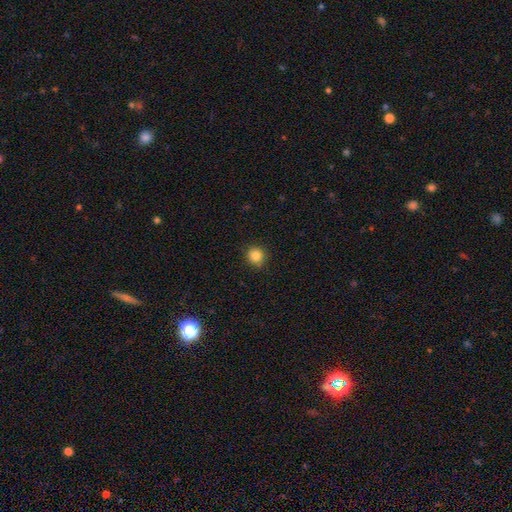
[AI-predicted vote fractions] smooth_or_featured: smooth (p=0.84) [alt: star or artifact p=0.11]
how_rounded: round (p=0.91) [alt: in between p=0.08]
merging: none (p=0.89) [alt: minor disturbance p=0.08]